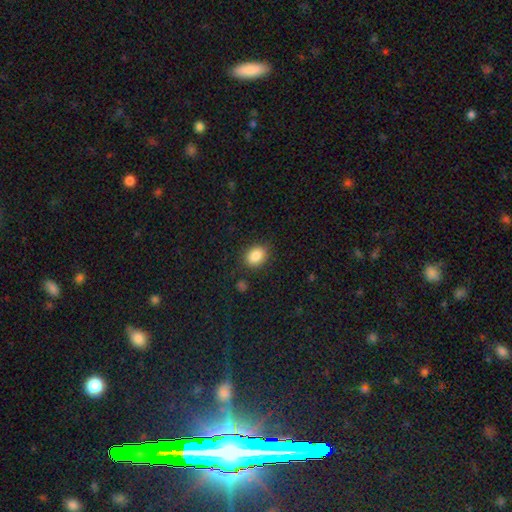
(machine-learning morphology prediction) Overall: smooth (87%). How rounded: in between (62%; round 37%). Merging: none (85%).